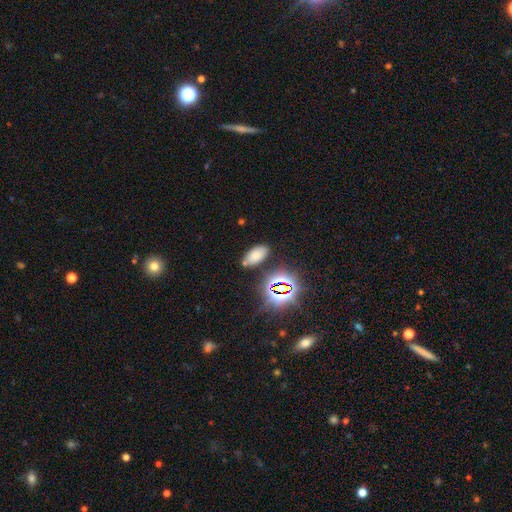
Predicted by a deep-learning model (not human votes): smooth_or_featured: smooth (p=0.67) [alt: star or artifact p=0.24]
how_rounded: in between (p=0.91) [alt: round p=0.05]
merging: none (p=0.77) [alt: minor disturbance p=0.13]